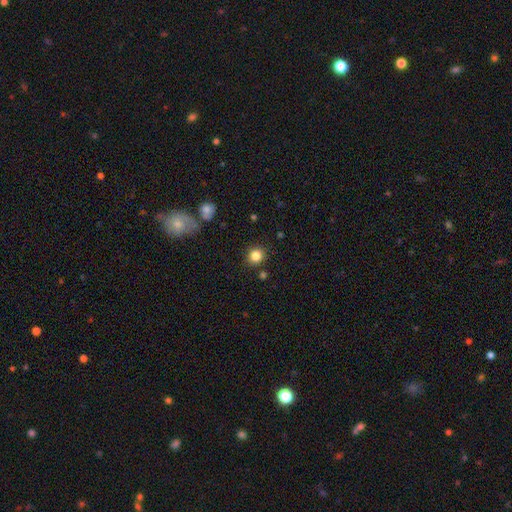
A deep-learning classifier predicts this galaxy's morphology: smooth_or_featured: smooth (p=0.84) [alt: star or artifact p=0.11]
how_rounded: round (p=0.89) [alt: in between p=0.10]
merging: none (p=0.88) [alt: minor disturbance p=0.07]